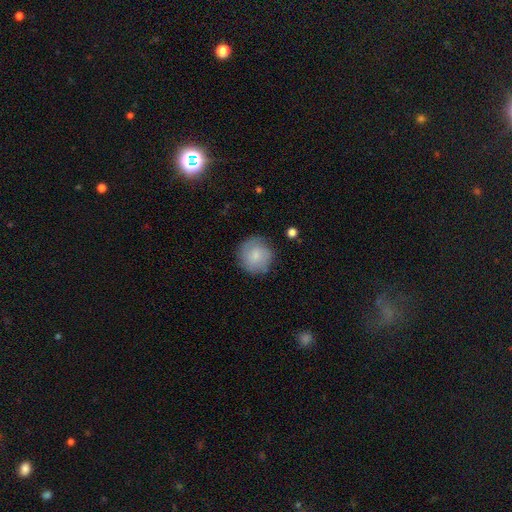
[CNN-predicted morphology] smooth-or-featured: smooth: 79% | featured or disk: 15% | star or artifact: 6%
  how-rounded: round: 94% | in between: 5% | cigar-shaped: 1%
  merging: none: 82% | minor disturbance: 13% | major disturbance: 4% | merger: 2%